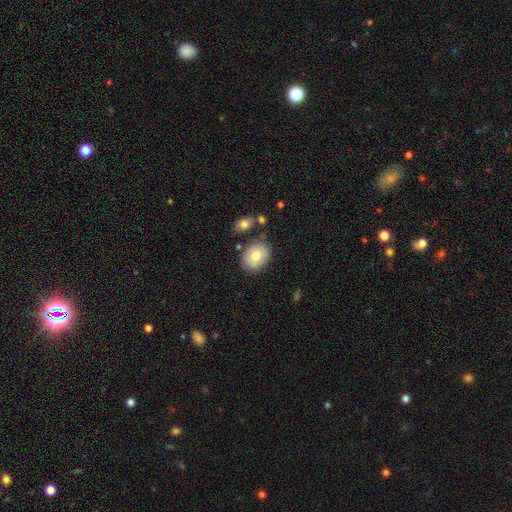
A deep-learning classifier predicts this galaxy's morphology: Smooth or featured? Predicted: smooth (p=0.73). How rounded? Predicted: in between (p=0.50). Merging? Predicted: none (p=0.74).